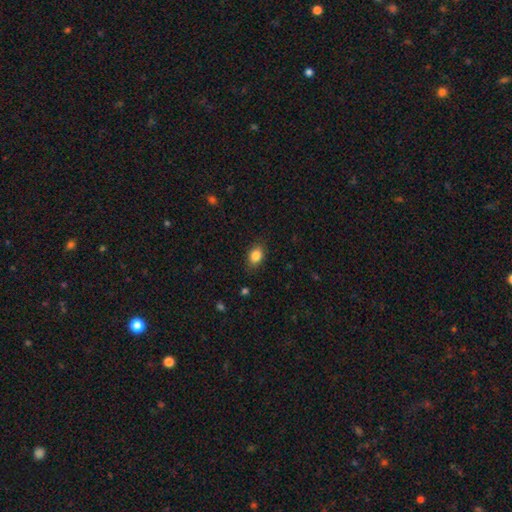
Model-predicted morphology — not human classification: Q: Smooth or featured?
A: smooth (85%); runner-up: star or artifact (9%)
Q: How rounded?
A: in between (77%); runner-up: round (21%)
Q: Merging?
A: none (85%); runner-up: minor disturbance (11%)